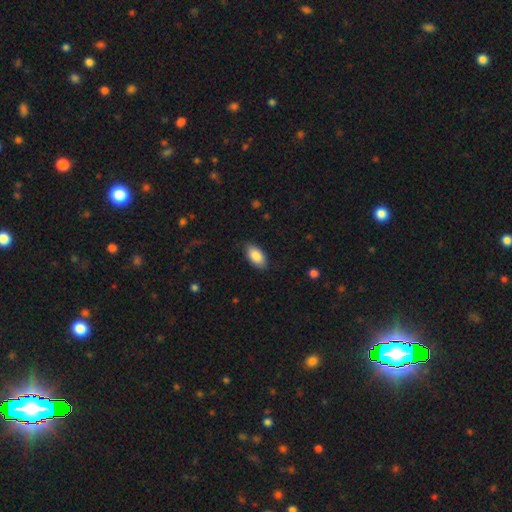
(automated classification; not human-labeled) smooth 88%, star or artifact 7%, featured or disk 6%. Down the decision tree: how rounded — in between (94%); merging — none (86%).